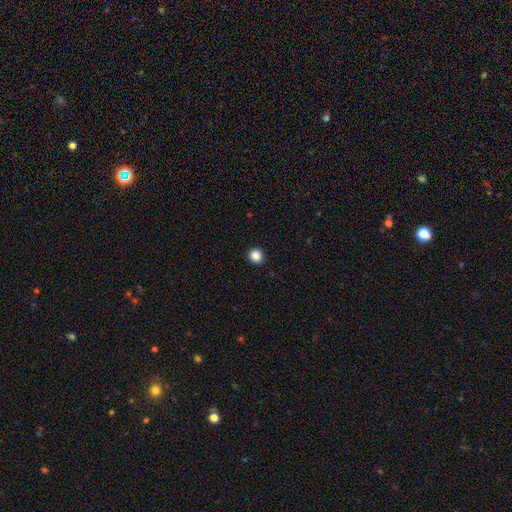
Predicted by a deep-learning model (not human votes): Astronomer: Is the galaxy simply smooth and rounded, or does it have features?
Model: smooth — 86%.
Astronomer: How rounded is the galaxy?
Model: round — 92%.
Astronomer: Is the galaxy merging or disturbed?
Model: none — 93%.